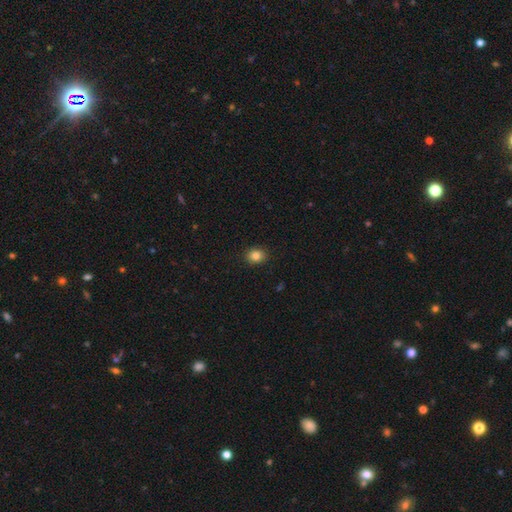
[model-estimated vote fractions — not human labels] This appears to be a smooth galaxy with no disk features (85%) that is round (62%). Merging: none (90%).